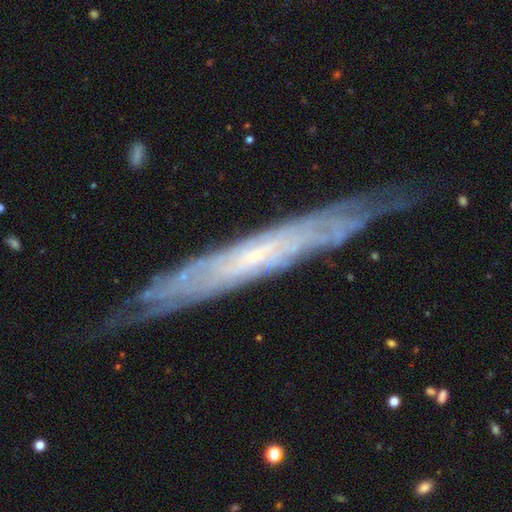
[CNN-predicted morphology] The model was most divided on "edge-on disk": yes: 56%, no: 44%. More confident: smooth or featured — featured or disk (80%); merging — none (78%).